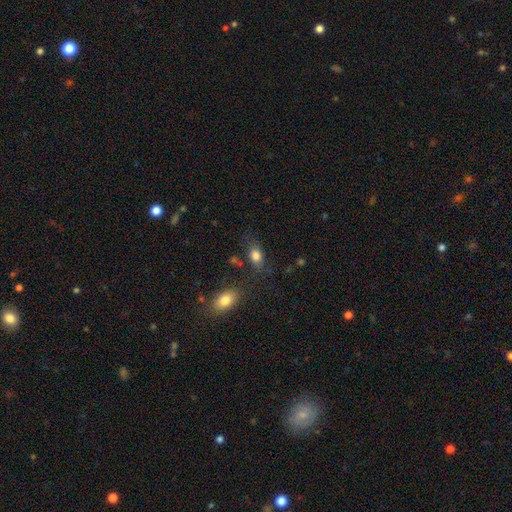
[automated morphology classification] Overall: smooth (82%). How rounded: in between (81%). Merging: none (69%).